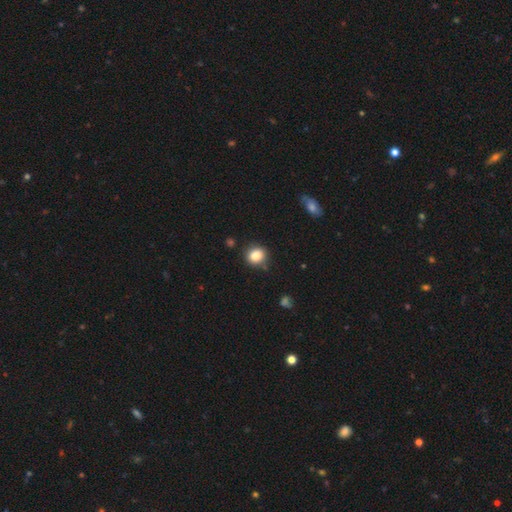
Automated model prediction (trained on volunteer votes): This appears to be a smooth galaxy with no disk features (85%) that is round (74%). Merging: none (81%).